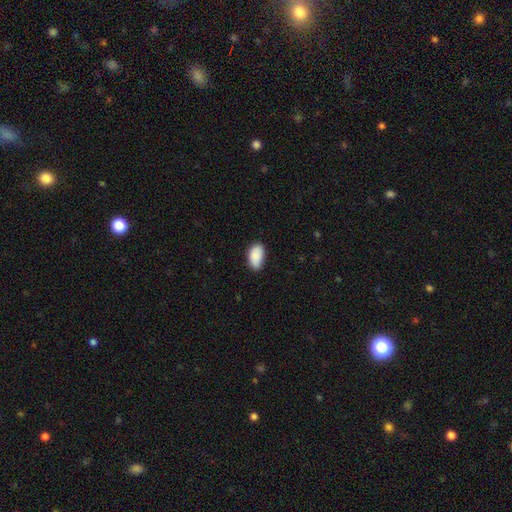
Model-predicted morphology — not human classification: This appears to be a smooth galaxy with no disk features (89%) that is in between round and cigar-shaped (94%). Merging: none (76%).